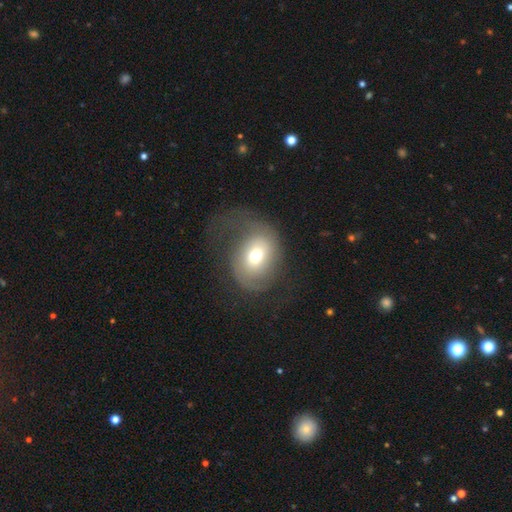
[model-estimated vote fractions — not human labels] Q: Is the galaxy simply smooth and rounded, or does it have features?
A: smooth — 52%.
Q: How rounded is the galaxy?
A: in between — 51%.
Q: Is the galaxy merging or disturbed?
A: major disturbance — 41%.